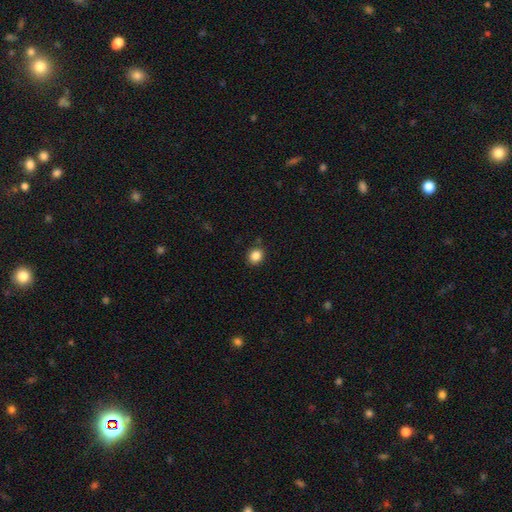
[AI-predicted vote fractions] smooth 85%, star or artifact 11%, featured or disk 4%. Down the decision tree: how rounded — round (76%); merging — none (88%).